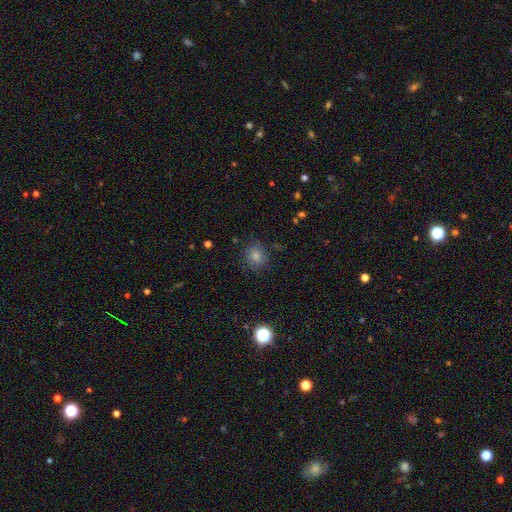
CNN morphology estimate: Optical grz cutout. It shows a smooth galaxy with no disk features (60%) that is round (83%). Merging: none (84%).